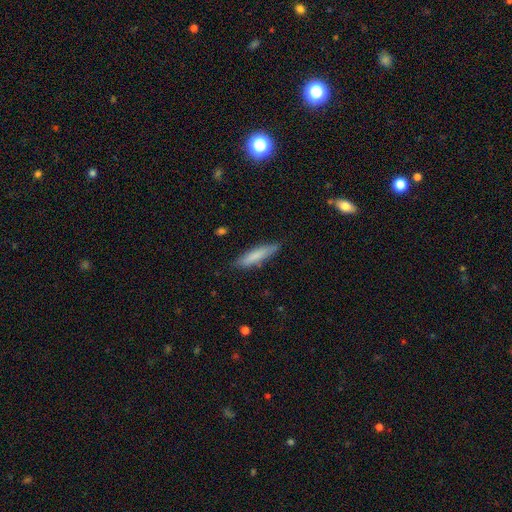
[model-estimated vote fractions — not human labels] A smooth galaxy with no disk features (78%) that is cigar-shaped (80%). Merging: none (82%).